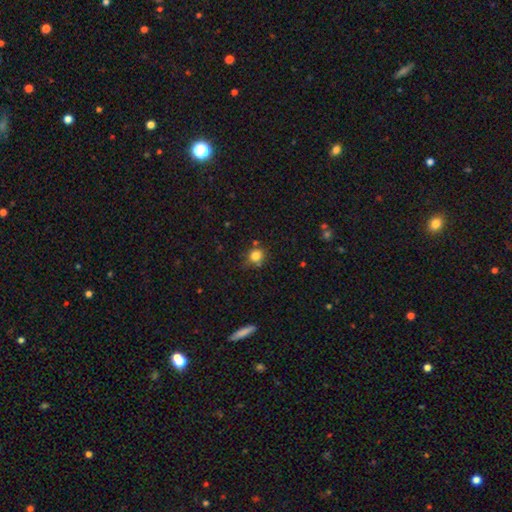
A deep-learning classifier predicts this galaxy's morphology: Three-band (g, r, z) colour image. It shows a smooth galaxy with no disk features (80%) that is round (82%). Merging: none (71%).